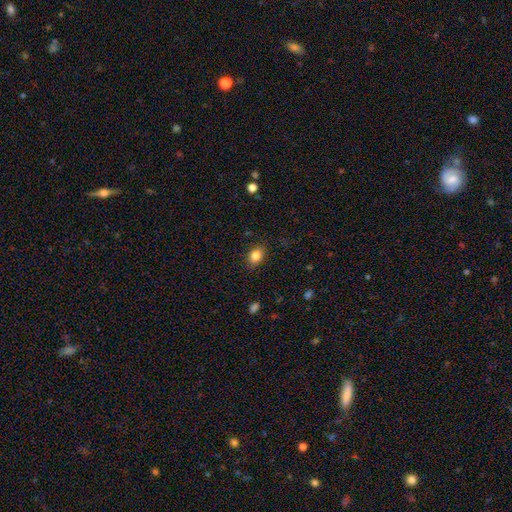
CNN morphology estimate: Smooth or featured: smooth — 84% (star or artifact — 10%)
How rounded: in between — 68% (round — 31%)
Merging: none — 87% (minor disturbance — 10%)